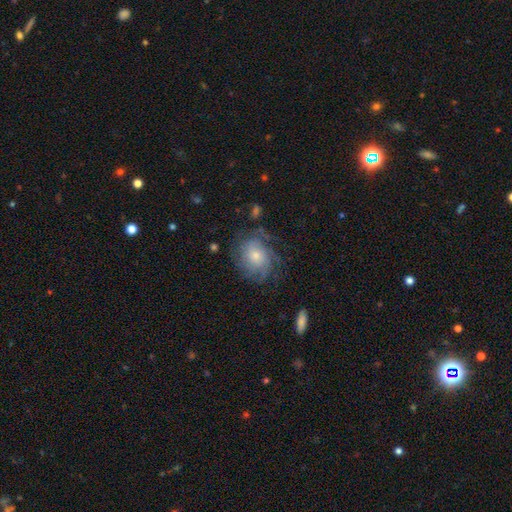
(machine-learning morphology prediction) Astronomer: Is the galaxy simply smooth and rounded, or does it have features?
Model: featured or disk — 59%.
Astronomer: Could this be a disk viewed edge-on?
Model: no — 97%.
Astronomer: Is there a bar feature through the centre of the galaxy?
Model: no — 81%.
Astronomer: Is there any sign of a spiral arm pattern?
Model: yes — 84%.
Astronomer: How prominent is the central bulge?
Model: small — 49% (runner-up: moderate, 40%).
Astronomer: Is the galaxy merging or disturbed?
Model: none — 63%.